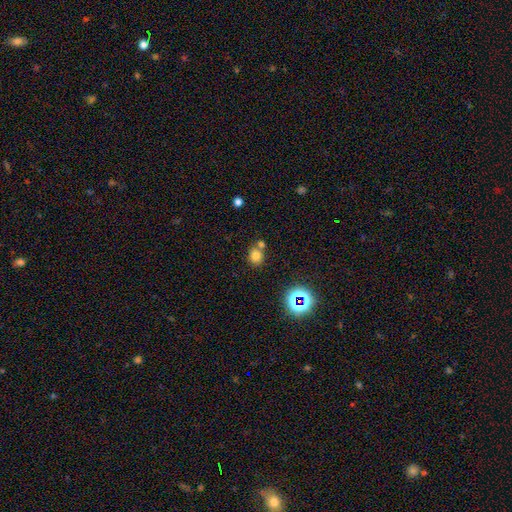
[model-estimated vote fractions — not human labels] Overall: smooth (75%). How rounded: round (78%). Merging: none (59%; merger 28%).